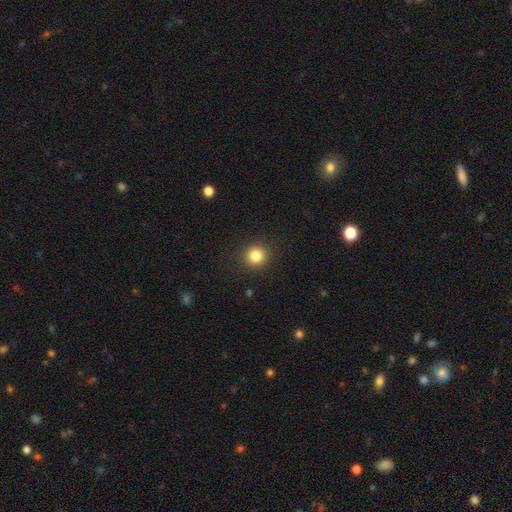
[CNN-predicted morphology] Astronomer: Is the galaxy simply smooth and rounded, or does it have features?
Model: smooth — 83%.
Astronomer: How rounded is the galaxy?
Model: round — 90%.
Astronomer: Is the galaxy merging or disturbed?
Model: none — 91%.